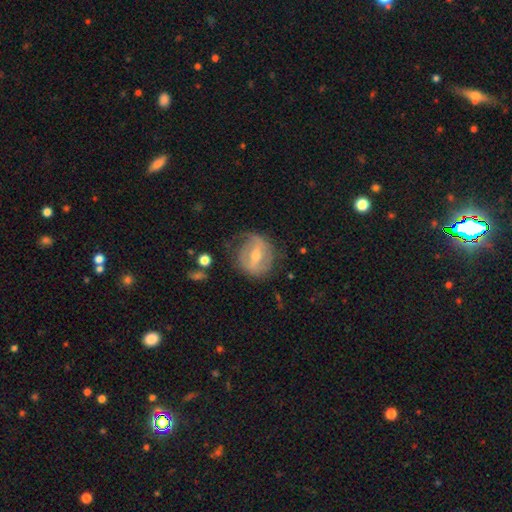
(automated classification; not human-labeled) Smooth or featured? featured or disk (66%)
Edge-on disk? no (93%)
Bar? strong (45%)
Spiral arms? yes (59%)
Bulge size? moderate (64%)
Merging? none (67%)